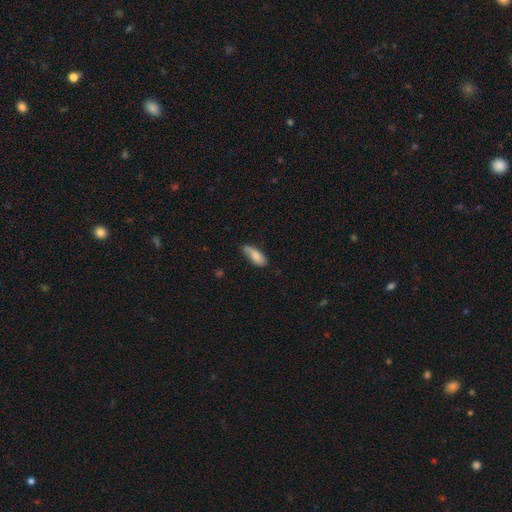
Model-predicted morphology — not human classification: Smooth or featured? smooth (78%)
How rounded? in between (73%)
Merging? none (58%)